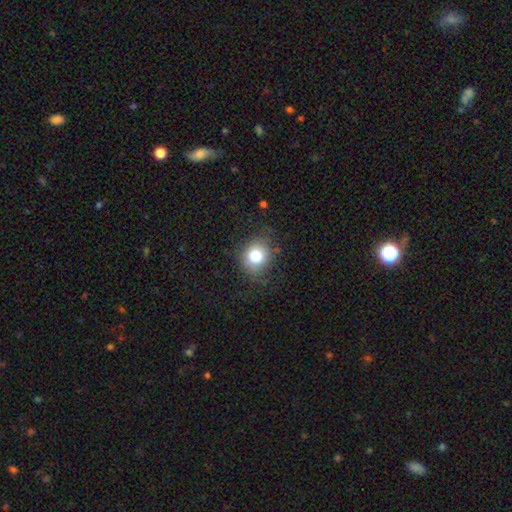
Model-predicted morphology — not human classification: A smooth galaxy with no disk features (80%) that is round (73%). Merging: none (74%).